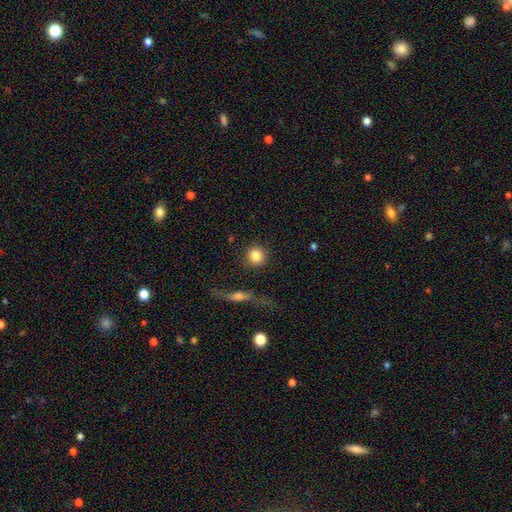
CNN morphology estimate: Smooth or featured? smooth (84%)
How rounded? round (92%)
Merging? none (87%)